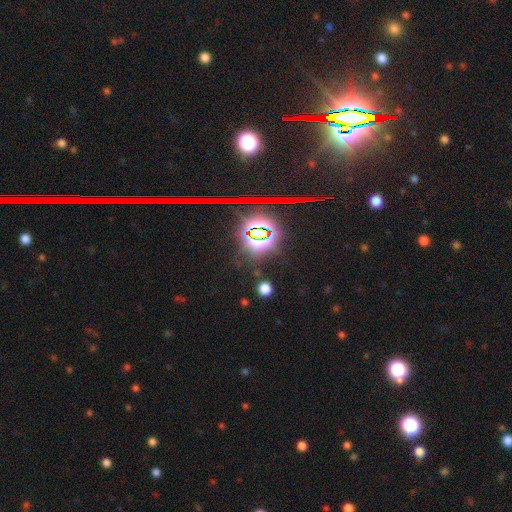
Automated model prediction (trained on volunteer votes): smooth-or-featured: star or artifact: 79% | smooth: 12% | featured or disk: 10%